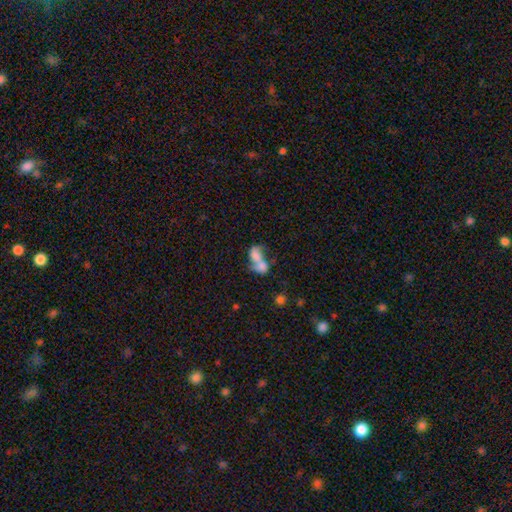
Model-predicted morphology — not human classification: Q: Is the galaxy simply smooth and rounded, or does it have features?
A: smooth — 57%.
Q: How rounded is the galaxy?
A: in between — 78%.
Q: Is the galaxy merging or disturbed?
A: merger — 74%.